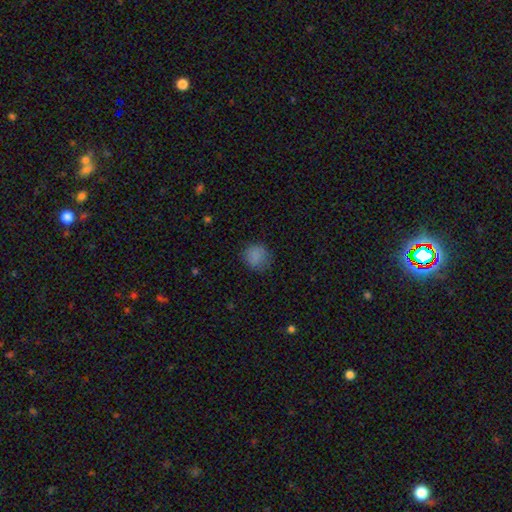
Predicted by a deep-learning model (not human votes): Smooth or featured? Predicted: smooth (p=0.84). How rounded? Predicted: round (p=0.84). Merging? Predicted: none (p=0.77).